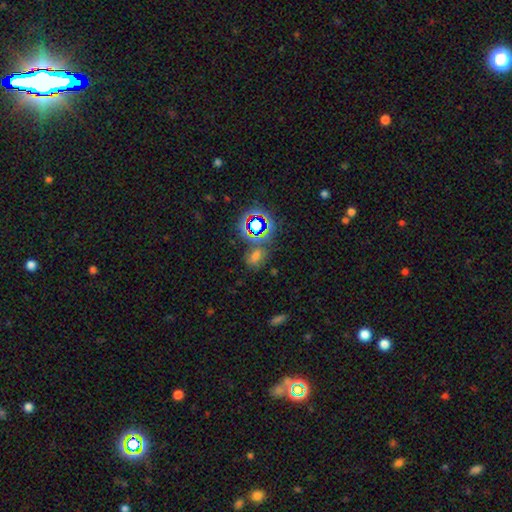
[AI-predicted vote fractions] Morphology: type=star or artifact (43%, tied with smooth).